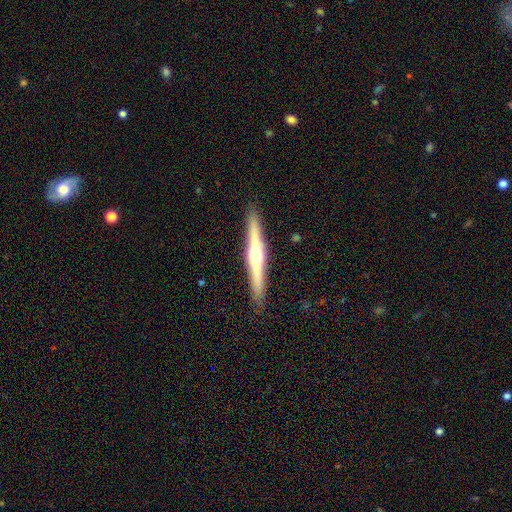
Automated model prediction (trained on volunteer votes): This is likely a featured or disk galaxy (73%). It is clearly viewed edge-on (98%). Edge-on bulge: clearly rounded (89%). Merging: clearly none (91%).